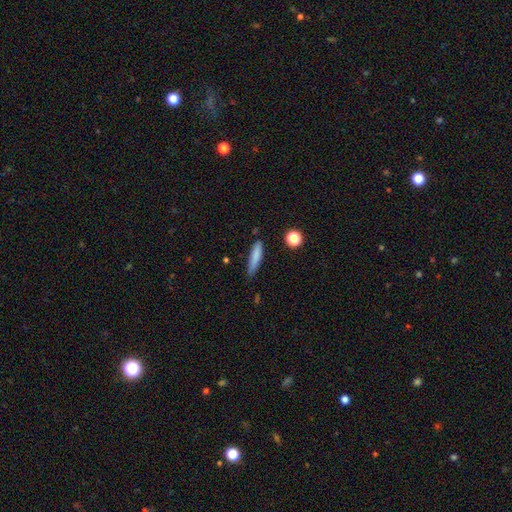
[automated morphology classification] smooth-or-featured: smooth: 80% | featured or disk: 12% | star or artifact: 8%
  how-rounded: cigar-shaped: 83% | in between: 16% | round: 2%
  merging: none: 76% | minor disturbance: 19% | major disturbance: 3% | merger: 2%